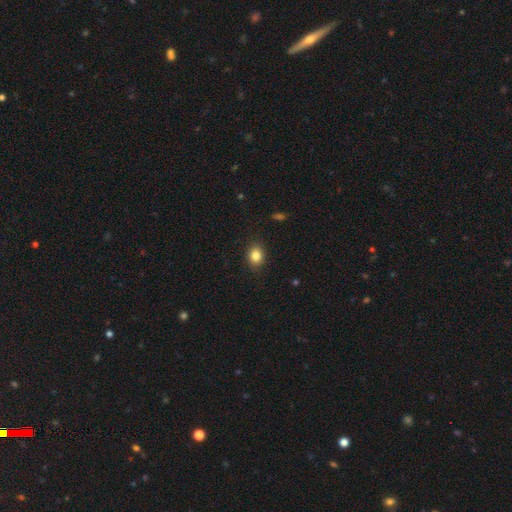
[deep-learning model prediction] The model was most divided on "how rounded": in between: 50%, round: 49%, cigar-shaped: 1%. More confident: merging — none (86%); smooth or featured — smooth (84%).